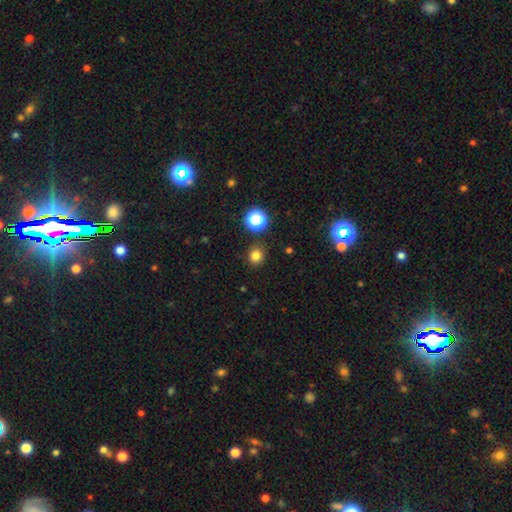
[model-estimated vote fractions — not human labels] Q: Smooth or featured?
A: smooth (80%); runner-up: star or artifact (16%)
Q: How rounded?
A: round (85%); runner-up: in between (14%)
Q: Merging?
A: none (89%); runner-up: minor disturbance (7%)